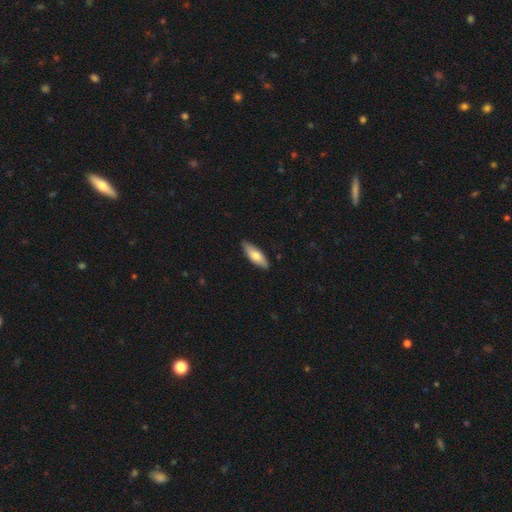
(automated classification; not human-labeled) smooth 71%, featured or disk 24%, star or artifact 5%. Down the decision tree: how rounded — in between (57%); merging — none (85%).